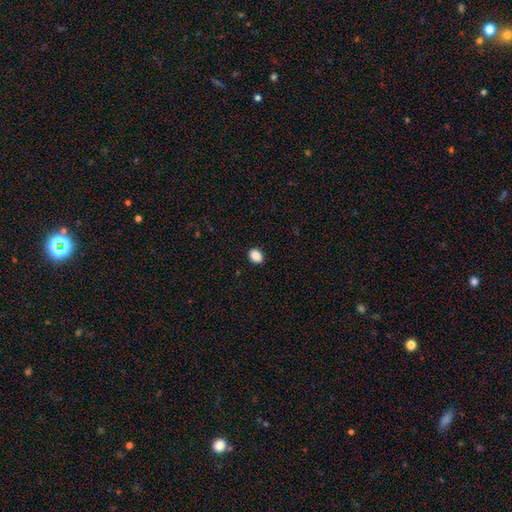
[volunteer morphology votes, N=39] smooth 90%, star or artifact 8%, featured or disk 3%. Down the decision tree: how rounded — round (60%); merging — none (97%).